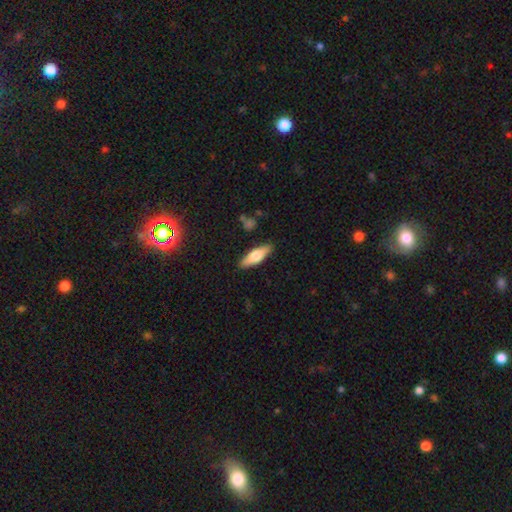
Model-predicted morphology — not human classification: Q: Smooth or featured?
A: smooth (62%); runner-up: featured or disk (32%)
Q: How rounded?
A: in between (49%); runner-up: cigar-shaped (48%)
Q: Merging?
A: none (87%); runner-up: minor disturbance (9%)